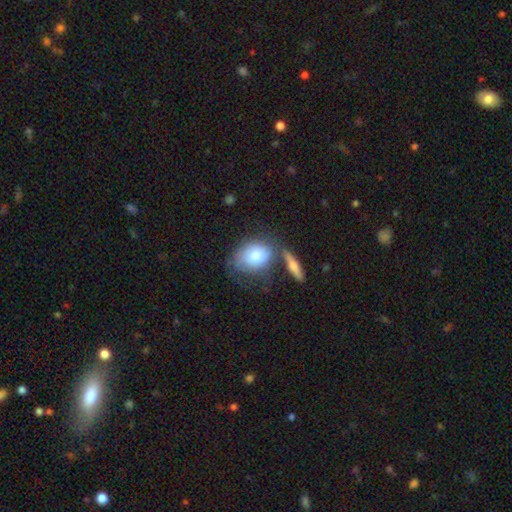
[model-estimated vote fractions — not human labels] smooth-or-featured: smooth: 75% | featured or disk: 19% | star or artifact: 6%
  how-rounded: in between: 69% | round: 28% | cigar-shaped: 2%
  merging: none: 46% | minor disturbance: 22% | merger: 21% | major disturbance: 11%